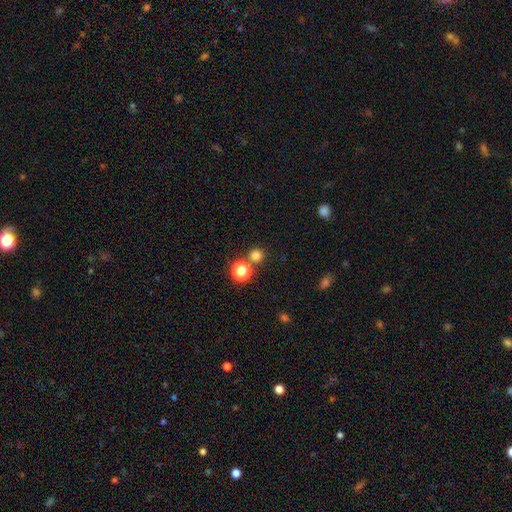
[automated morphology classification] This appears to be a smooth galaxy with no disk features (76%) that is round (94%). Merging: none (79%).